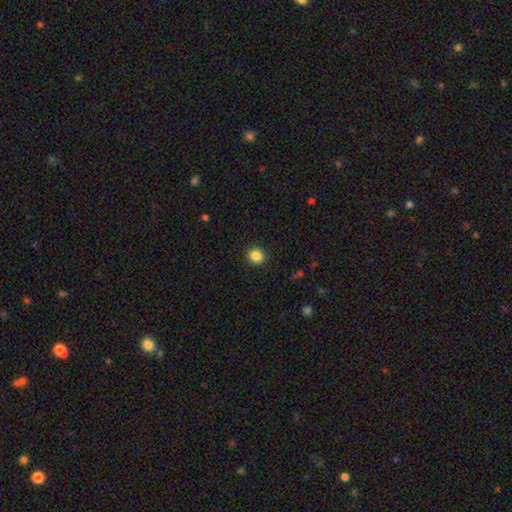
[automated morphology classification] smooth_or_featured: smooth (p=0.85) [alt: star or artifact p=0.11]
how_rounded: round (p=0.87) [alt: in between p=0.12]
merging: none (p=0.91) [alt: minor disturbance p=0.06]